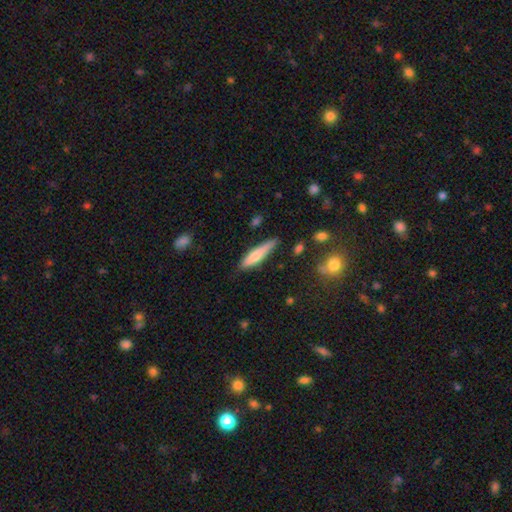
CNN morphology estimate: This is likely a smooth galaxy (72%). How rounded: likely cigar-shaped (78%). Merging: likely none (71%).